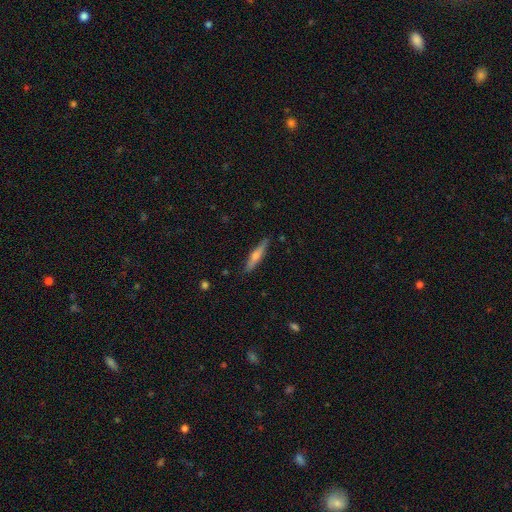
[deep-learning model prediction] smooth-or-featured: featured or disk: 56% | smooth: 38% | star or artifact: 6%
  disk-edge-on: yes: 96% | no: 4%
    edge-on-bulge: rounded: 84% | none: 8% | boxy: 7%
  merging: none: 88% | minor disturbance: 9% | major disturbance: 2% | merger: 1%